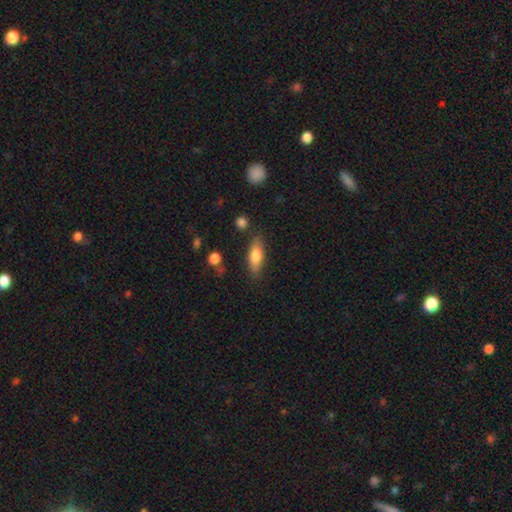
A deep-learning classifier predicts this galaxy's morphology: Smooth or featured? smooth (73%)
How rounded? in between (64%)
Merging? none (79%)